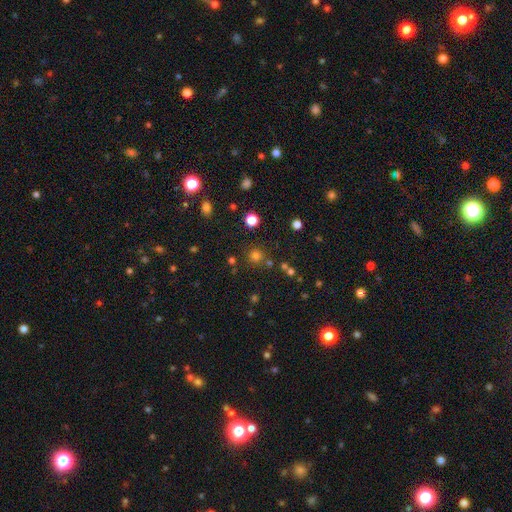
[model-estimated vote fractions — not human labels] This appears to be a smooth galaxy with no disk features (73%) that is round (93%). Merging: none (81%).